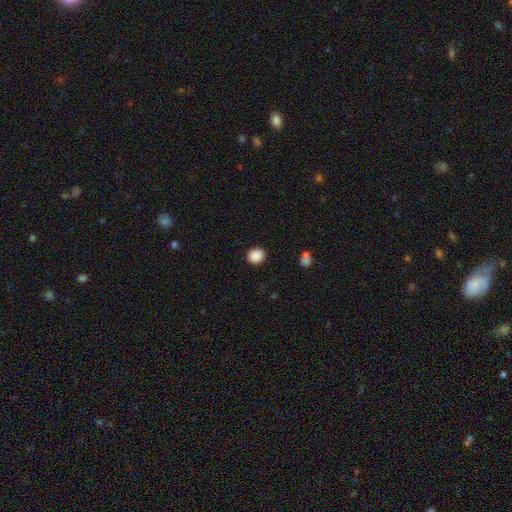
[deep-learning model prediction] Smooth or featured?
  - smooth: 89% *
  - star or artifact: 9%
  - featured or disk: 2%
How rounded?
  - round: 77% *
  - in between: 22%
  - cigar-shaped: 1%
Merging?
  - none: 91% *
  - minor disturbance: 6%
  - major disturbance: 2%
  - merger: 1%